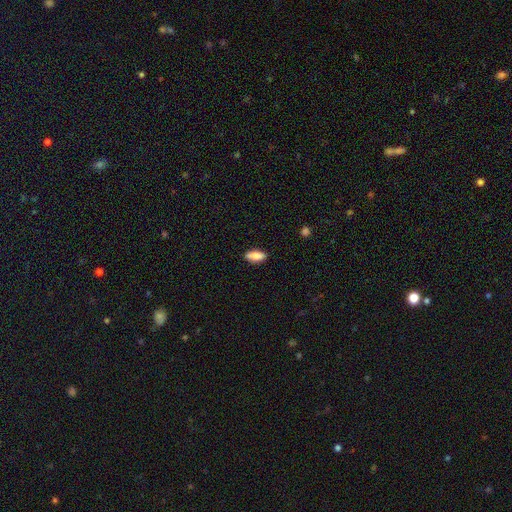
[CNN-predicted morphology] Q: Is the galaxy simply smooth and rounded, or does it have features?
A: smooth — 86%.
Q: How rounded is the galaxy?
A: in between — 75%.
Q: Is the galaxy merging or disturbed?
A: none — 85%.